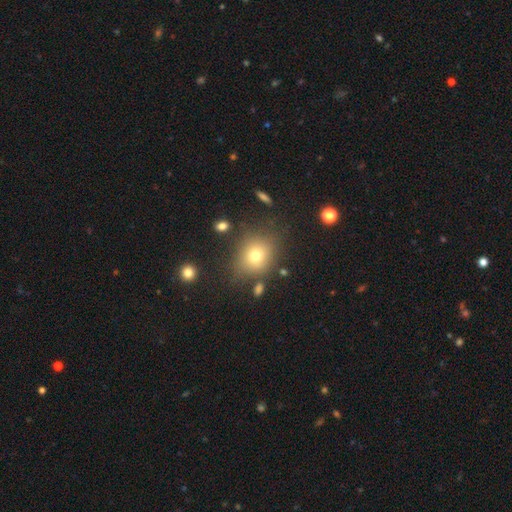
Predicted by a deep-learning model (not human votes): Morphology: type=smooth (72%); roundness=round (66%); merging=none (74%).